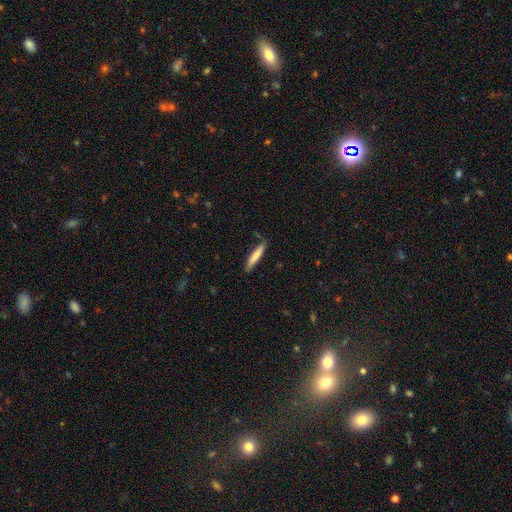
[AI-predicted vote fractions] A smooth galaxy with no disk features (79%) that is cigar-shaped (91%). Merging: none (83%).